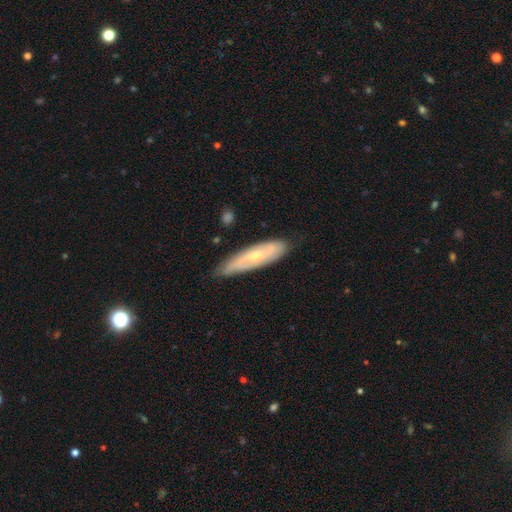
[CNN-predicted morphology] Q: Smooth or featured?
A: featured or disk (61%); runner-up: smooth (33%)
Q: Edge-on disk?
A: no (71%); runner-up: yes (29%)
Q: Merging?
A: none (74%); runner-up: minor disturbance (21%)